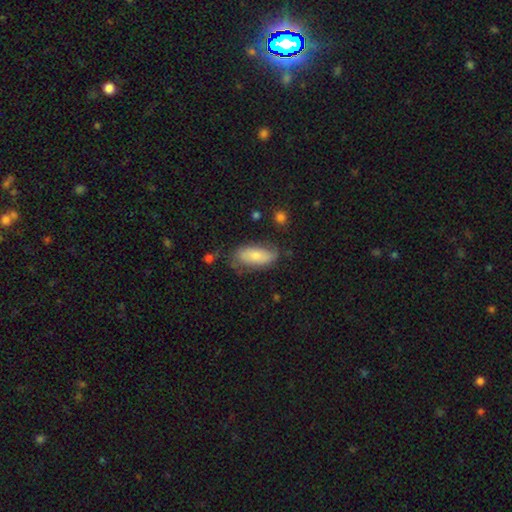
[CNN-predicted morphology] The model was most divided on "merging": none: 59%, minor disturbance: 28%, major disturbance: 10%, merger: 3%. More confident: how rounded — in between (85%); smooth or featured — smooth (67%).